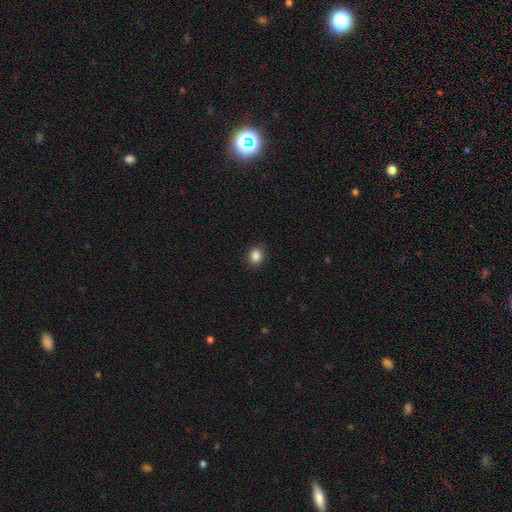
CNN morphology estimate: Smooth or featured? Predicted: smooth (p=0.86). How rounded? Predicted: round (p=0.67). Merging? Predicted: none (p=0.91).